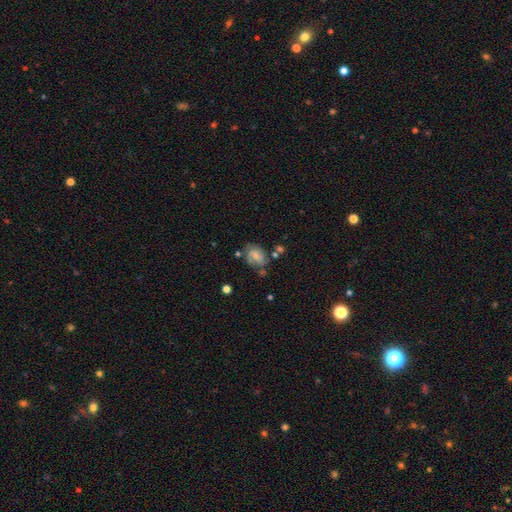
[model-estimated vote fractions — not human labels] Smooth or featured?
  - featured or disk: 47% *
  - smooth: 43%
  - star or artifact: 10%
Merging?
  - none: 53% *
  - minor disturbance: 25%
  - major disturbance: 12%
  - merger: 10%